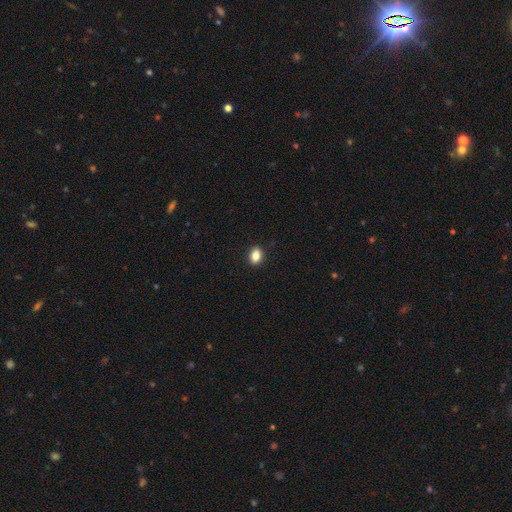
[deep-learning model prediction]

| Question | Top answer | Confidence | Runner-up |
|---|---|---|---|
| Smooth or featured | smooth | 85% | star or artifact (10%) |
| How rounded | in between | 72% | round (26%) |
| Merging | none | 90% | minor disturbance (7%) |